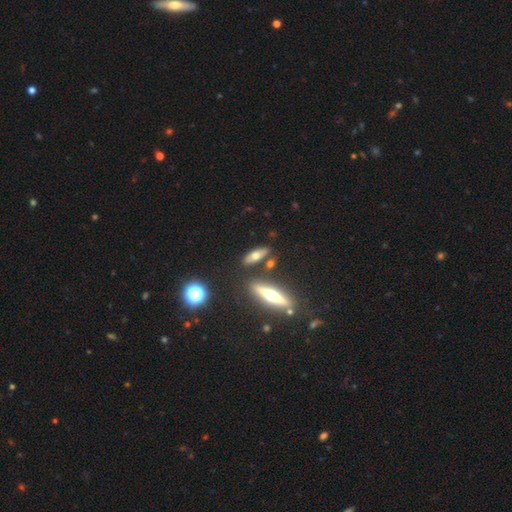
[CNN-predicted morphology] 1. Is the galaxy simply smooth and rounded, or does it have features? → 51% smooth, 39% featured or disk, 10% star or artifact.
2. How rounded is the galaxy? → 47% in between (tied), 47% cigar-shaped (tied), 5% round.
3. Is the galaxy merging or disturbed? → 80% none, 10% minor disturbance, 7% merger, 3% major disturbance.